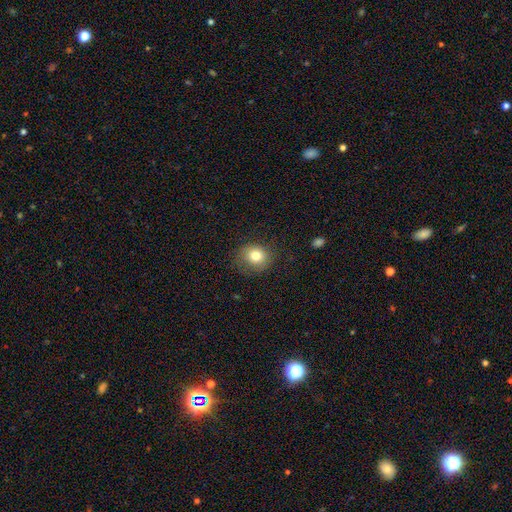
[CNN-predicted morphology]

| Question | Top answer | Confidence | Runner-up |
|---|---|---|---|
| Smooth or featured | smooth | 79% | star or artifact (11%) |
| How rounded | round | 75% | in between (24%) |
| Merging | none | 76% | minor disturbance (17%) |